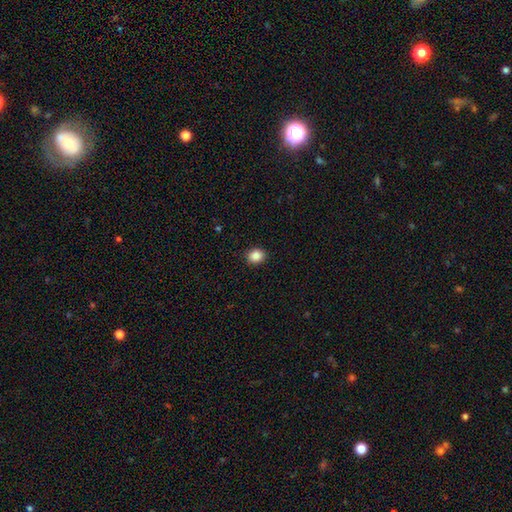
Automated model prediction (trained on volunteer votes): Smooth or featured? Predicted: smooth (p=0.87). How rounded? Predicted: round (p=0.66). Merging? Predicted: none (p=0.91).